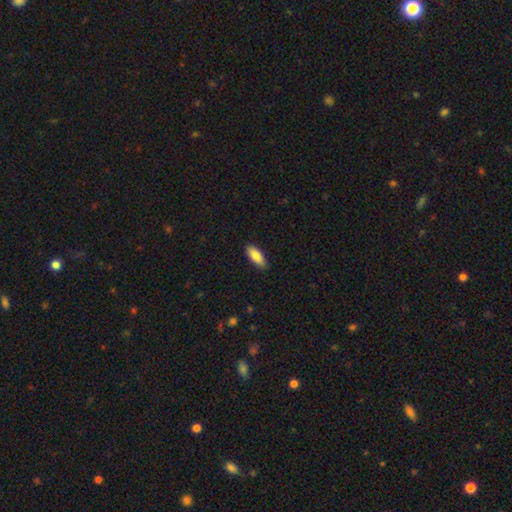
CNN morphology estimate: smooth 86%, featured or disk 8%, star or artifact 6%. Down the decision tree: how rounded — in between (74%); merging — none (87%).